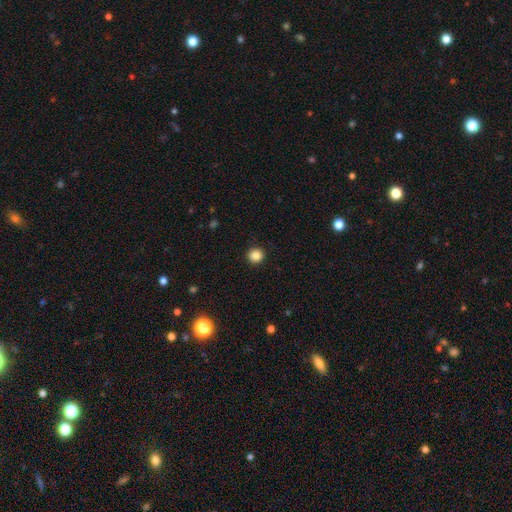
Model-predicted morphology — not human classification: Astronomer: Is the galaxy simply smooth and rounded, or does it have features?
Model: smooth — 86%.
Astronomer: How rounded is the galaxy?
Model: round — 92%.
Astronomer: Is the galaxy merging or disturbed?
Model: none — 92%.